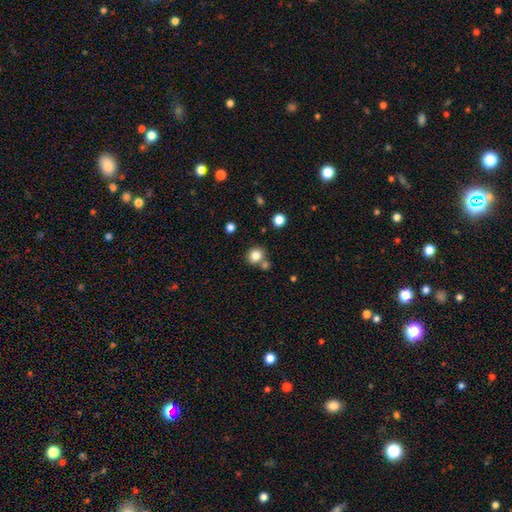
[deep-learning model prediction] smooth-or-featured: smooth: 82% | star or artifact: 11% | featured or disk: 7%
  how-rounded: round: 81% | in between: 18% | cigar-shaped: 1%
  merging: none: 67% | merger: 20% | minor disturbance: 10% | major disturbance: 3%